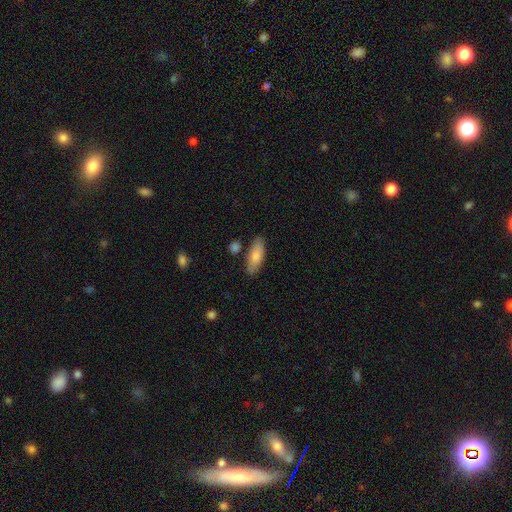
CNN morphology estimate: A smooth galaxy with no disk features (79%) that is in between round and cigar-shaped (77%). Merging: none (81%).